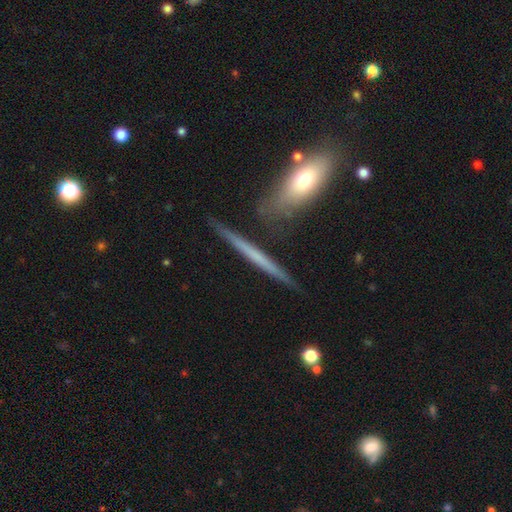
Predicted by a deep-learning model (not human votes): A featured or disk galaxy (54%) viewed edge-on (95%) with no central bulge (85%).

Vote fractions:
- Smooth or featured? featured or disk: 54% / smooth: 39% / star or artifact: 7%
- Edge-on disk? yes: 95% / no: 5%
- Edge-on bulge? none: 85% / rounded: 10% / boxy: 5%
- Merging? none: 85% / minor disturbance: 9% / merger: 3% / major disturbance: 2%